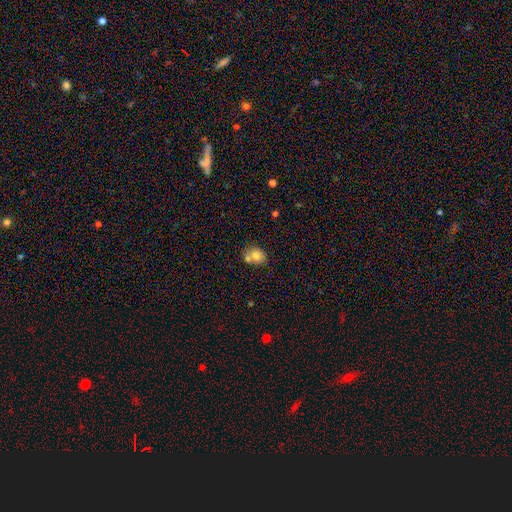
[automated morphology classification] smooth 74%, featured or disk 16%, star or artifact 10%. Down the decision tree: how rounded — round (59%); merging — none (51%).